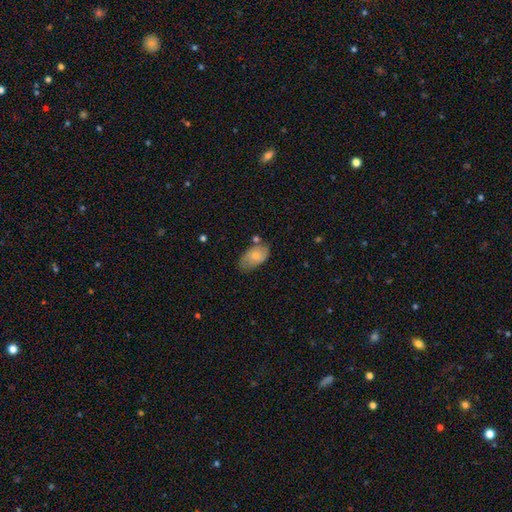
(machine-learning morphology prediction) A smooth galaxy with no disk features (71%) that is in between round and cigar-shaped (92%).

Vote fractions:
- Smooth or featured? smooth: 71% / featured or disk: 22% / star or artifact: 7%
- How rounded? in between: 92% / round: 7% / cigar-shaped: 2%
- Merging? none: 56% / minor disturbance: 30% / merger: 7% / major disturbance: 7%